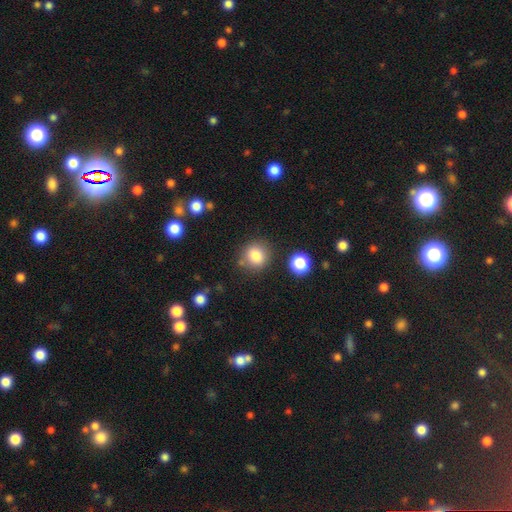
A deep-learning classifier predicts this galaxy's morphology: smooth_or_featured: smooth (p=0.82) [alt: star or artifact p=0.11]
how_rounded: round (p=0.86) [alt: in between p=0.13]
merging: none (p=0.78) [alt: minor disturbance p=0.12]